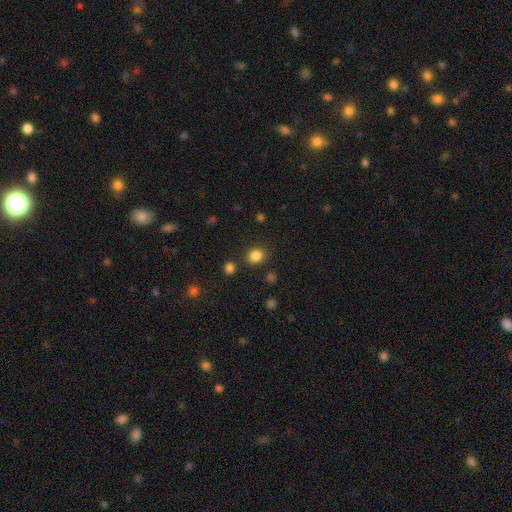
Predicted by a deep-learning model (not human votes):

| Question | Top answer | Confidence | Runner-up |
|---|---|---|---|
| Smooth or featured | smooth | 84% | star or artifact (12%) |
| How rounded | round | 71% | in between (28%) |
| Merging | none | 84% | minor disturbance (9%) |